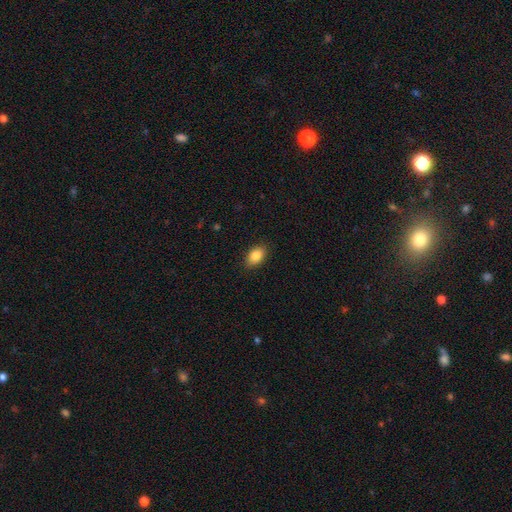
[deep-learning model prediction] A smooth galaxy with no disk features (86%) that is in between round and cigar-shaped (88%).

Vote fractions:
- Smooth or featured? smooth: 86% / star or artifact: 8% / featured or disk: 6%
- How rounded? in between: 88% / round: 10% / cigar-shaped: 2%
- Merging? none: 88% / minor disturbance: 9% / major disturbance: 2% / merger: 1%